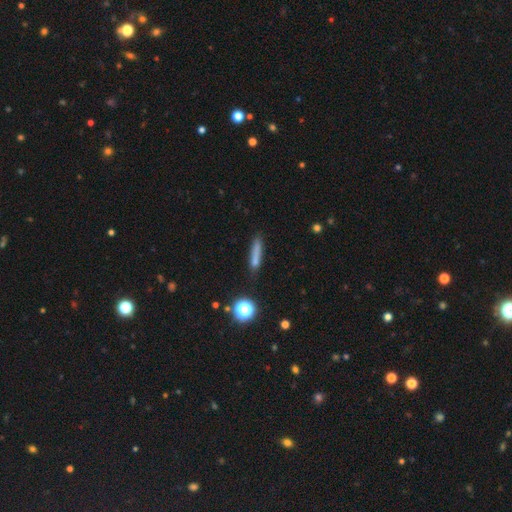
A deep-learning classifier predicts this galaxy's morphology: The model was most divided on "merging": none: 73%, minor disturbance: 16%, merger: 5%, major disturbance: 5%. More confident: how rounded — cigar-shaped (86%); smooth or featured — smooth (72%).